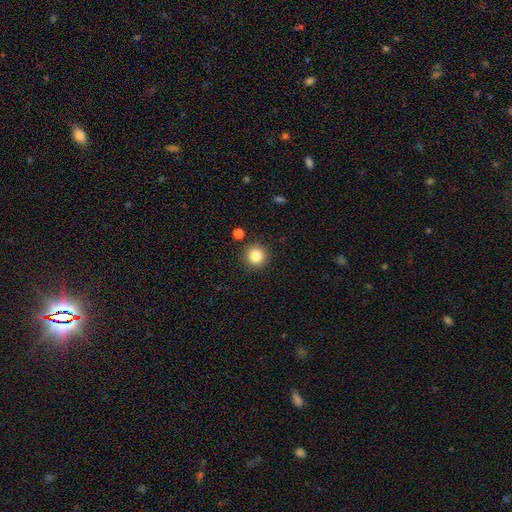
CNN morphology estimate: Smooth or featured: smooth — 86% (star or artifact — 10%)
How rounded: round — 95% (in between — 4%)
Merging: none — 89% (minor disturbance — 6%)